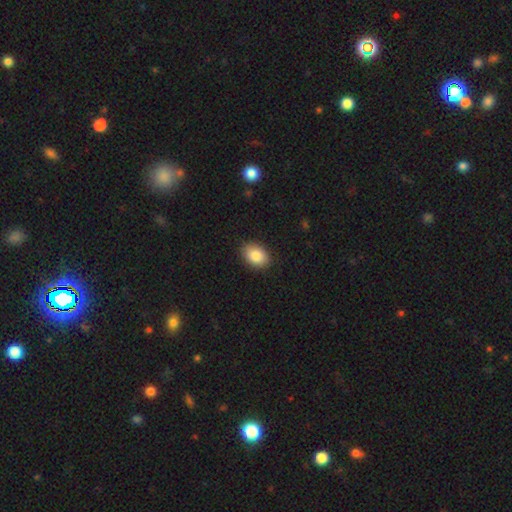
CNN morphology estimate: type=smooth (87%); roundness=in between (79%); merging=none (88%).